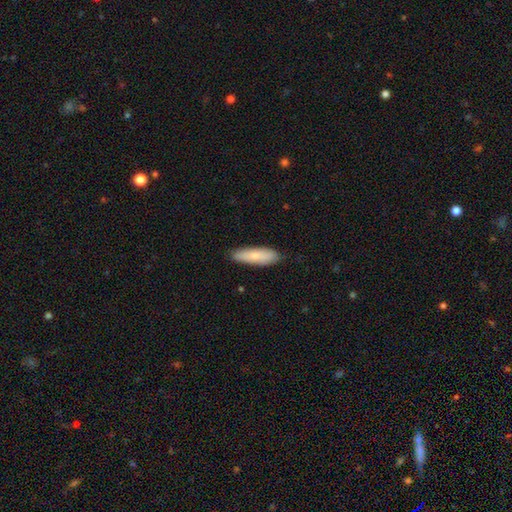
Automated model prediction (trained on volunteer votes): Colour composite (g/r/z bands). It shows a smooth galaxy with no disk features (80%) that is cigar-shaped (61%). Merging: none (87%).